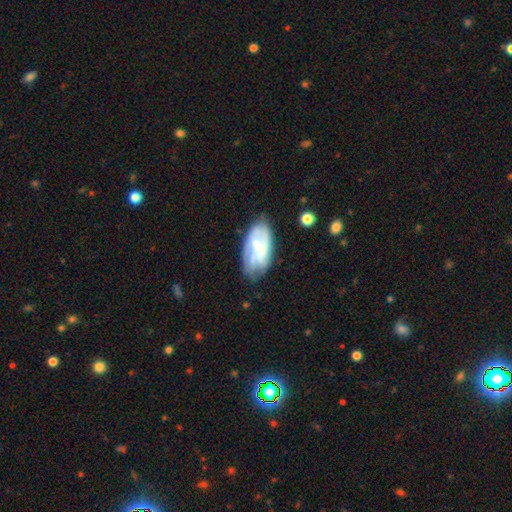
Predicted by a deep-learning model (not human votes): A featured or disk galaxy (59%) with a weak bar (45%), spiral arms (81%) and a small central bulge (50%).

Vote fractions:
- Smooth or featured? featured or disk: 59% / smooth: 33% / star or artifact: 7%
- Edge-on disk? no: 95% / yes: 5%
- Bar? weak: 45% / no: 38% / strong: 17%
- Spiral arms? yes: 81% / no: 19%
- Bulge size? small: 50% / moderate: 23% / none: 22% / large: 3% / dominant: 1%
- Merging? none: 62% / minor disturbance: 26% / major disturbance: 10% / merger: 2%